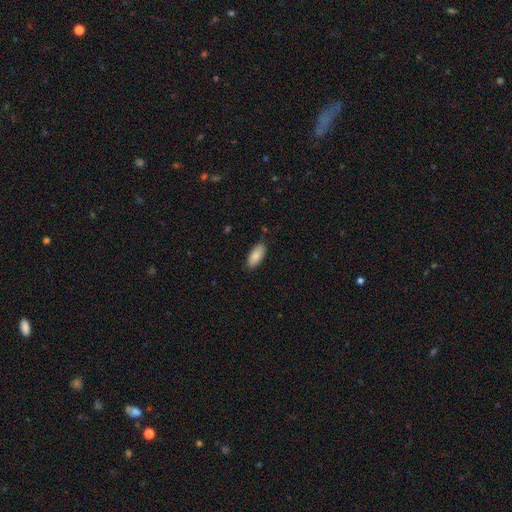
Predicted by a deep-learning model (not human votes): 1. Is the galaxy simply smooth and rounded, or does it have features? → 84% smooth, 9% featured or disk, 6% star or artifact.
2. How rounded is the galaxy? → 86% in between, 12% cigar-shaped, 2% round.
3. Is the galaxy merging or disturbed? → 85% none, 12% minor disturbance, 2% major disturbance, 1% merger.